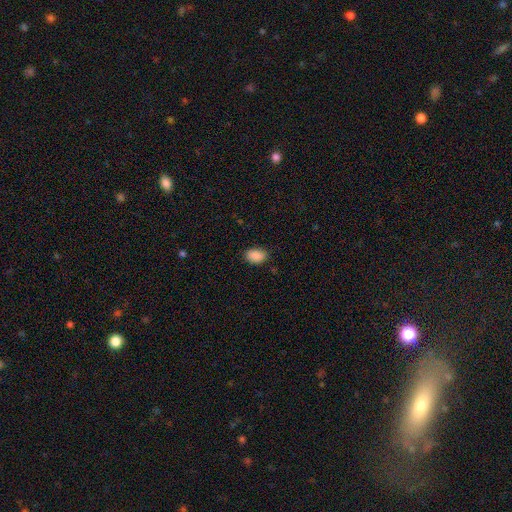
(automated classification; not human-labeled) Smooth or featured: smooth — 89% (star or artifact — 8%)
How rounded: in between — 87% (round — 12%)
Merging: none — 86% (minor disturbance — 11%)